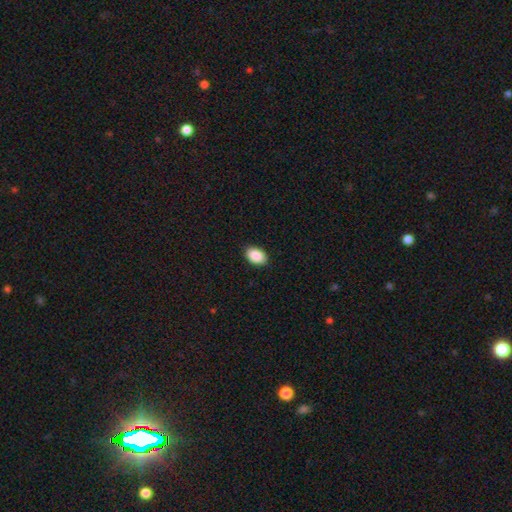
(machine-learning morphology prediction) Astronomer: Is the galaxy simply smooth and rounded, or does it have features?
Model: smooth — 90%.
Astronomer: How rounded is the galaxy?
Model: in between — 88%.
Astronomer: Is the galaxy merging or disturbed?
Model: none — 89%.